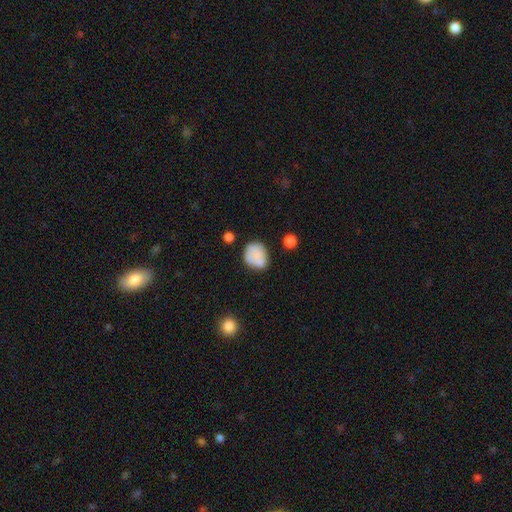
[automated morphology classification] A smooth galaxy with no disk features (73%) that is round (57%). Merging: none (57%).